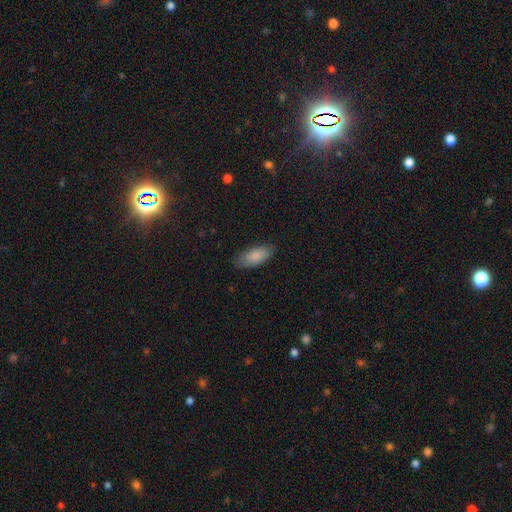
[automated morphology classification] Smooth or featured? smooth (86%)
How rounded? in between (87%)
Merging? none (80%)